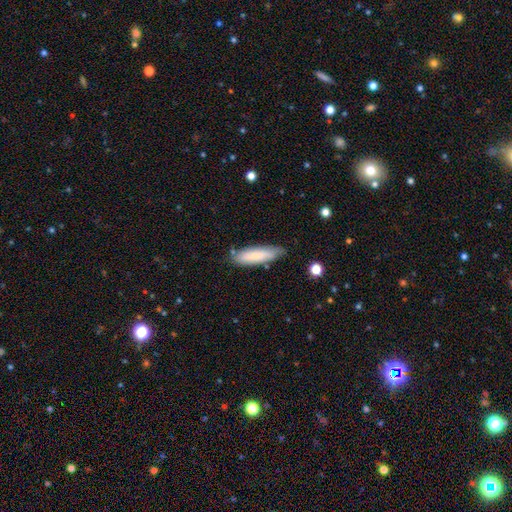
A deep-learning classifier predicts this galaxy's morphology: This is likely a smooth galaxy (78%). How rounded: likely cigar-shaped (65%). Merging: likely none (78%).